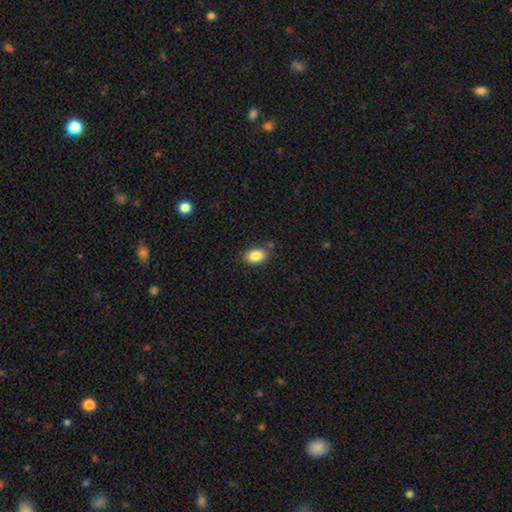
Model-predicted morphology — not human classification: Q: Smooth or featured?
A: smooth (86%); runner-up: star or artifact (8%)
Q: How rounded?
A: in between (85%); runner-up: round (14%)
Q: Merging?
A: none (81%); runner-up: minor disturbance (13%)